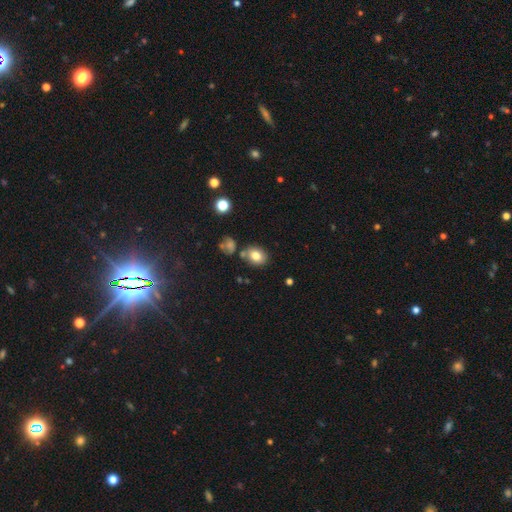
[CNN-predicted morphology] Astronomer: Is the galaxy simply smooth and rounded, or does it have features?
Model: smooth — 80%.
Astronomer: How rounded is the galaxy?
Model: in between — 54% (runner-up: round, 45%).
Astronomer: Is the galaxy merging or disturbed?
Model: none — 71%.